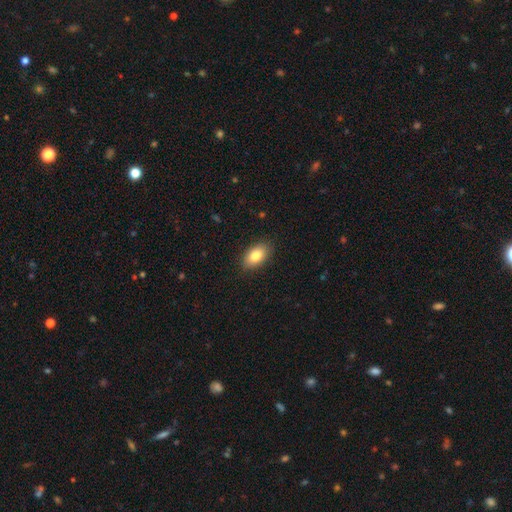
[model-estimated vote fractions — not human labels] smooth 83%, featured or disk 10%, star or artifact 7%. Down the decision tree: how rounded — in between (92%); merging — none (88%).